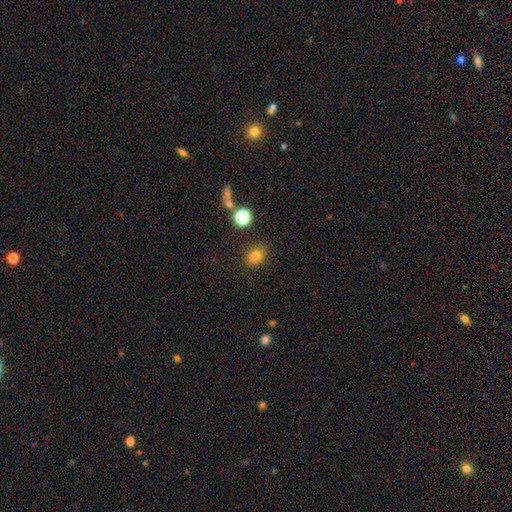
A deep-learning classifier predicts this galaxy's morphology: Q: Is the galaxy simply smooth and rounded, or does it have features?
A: smooth — 78%.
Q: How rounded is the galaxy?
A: in between — 53%.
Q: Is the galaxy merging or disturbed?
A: none — 81%.